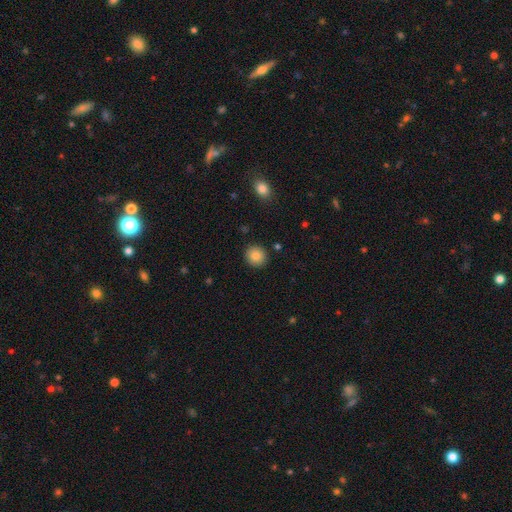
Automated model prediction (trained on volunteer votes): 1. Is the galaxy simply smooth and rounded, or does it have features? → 85% smooth, 9% star or artifact, 6% featured or disk.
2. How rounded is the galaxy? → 89% round, 10% in between, 1% cigar-shaped.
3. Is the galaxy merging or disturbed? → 91% none, 6% minor disturbance, 2% major disturbance, 1% merger.